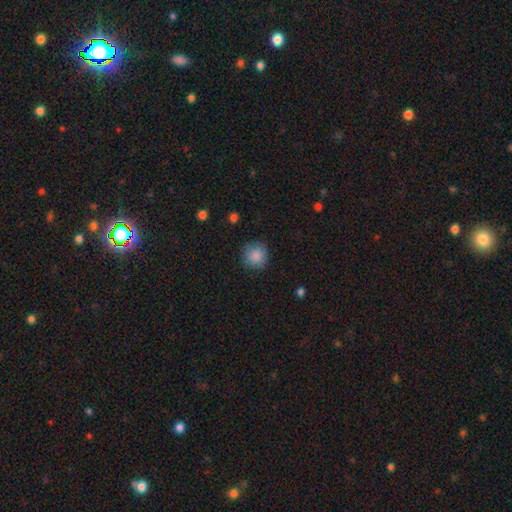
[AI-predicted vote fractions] Q: Smooth or featured?
A: smooth (87%); runner-up: star or artifact (8%)
Q: How rounded?
A: round (92%); runner-up: in between (7%)
Q: Merging?
A: none (84%); runner-up: minor disturbance (12%)